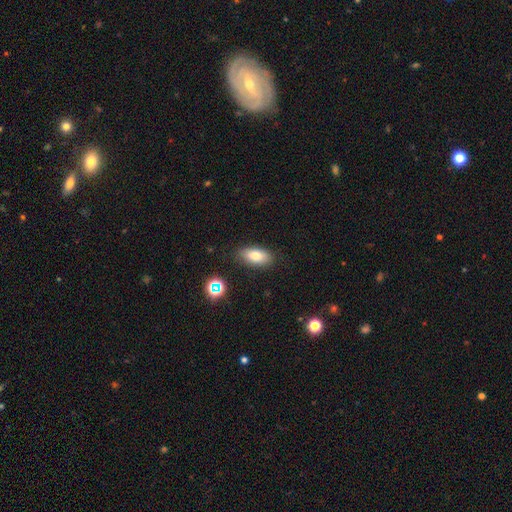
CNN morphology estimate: smooth_or_featured: smooth (p=0.77) [alt: featured or disk p=0.13]
how_rounded: in between (p=0.89) [alt: cigar-shaped p=0.06]
merging: none (p=0.84) [alt: minor disturbance p=0.11]